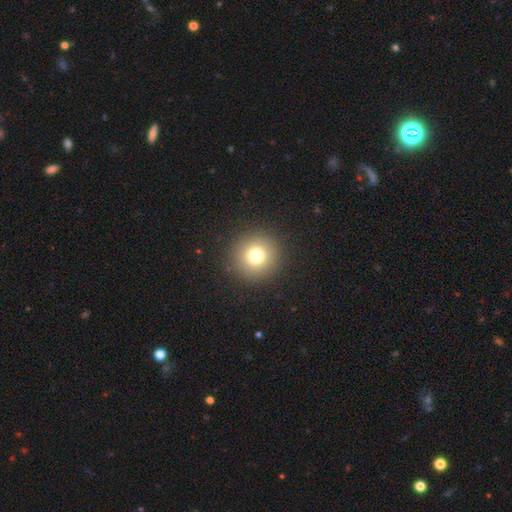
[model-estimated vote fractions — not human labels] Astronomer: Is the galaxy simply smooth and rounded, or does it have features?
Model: smooth — 76%.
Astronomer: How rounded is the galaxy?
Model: round — 95%.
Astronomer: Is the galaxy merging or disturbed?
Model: none — 91%.